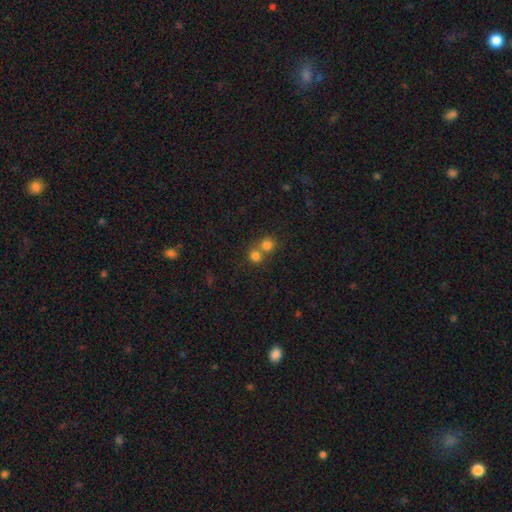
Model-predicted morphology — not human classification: Smooth or featured: smooth — 77% (star or artifact — 15%)
How rounded: round — 84% (in between — 15%)
Merging: merger — 51% (none — 41%)